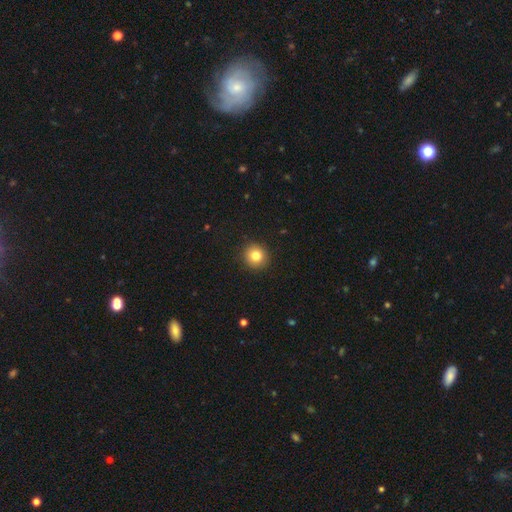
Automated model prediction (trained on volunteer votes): This is clearly a smooth galaxy (81%). How rounded: clearly round (91%). Merging: clearly none (92%).